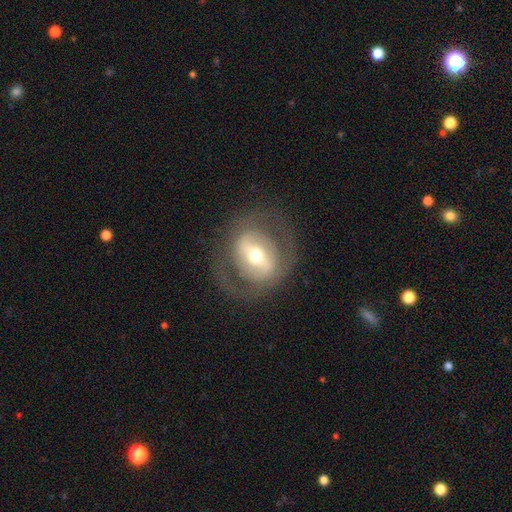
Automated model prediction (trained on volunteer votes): Smooth or featured? featured or disk (68%)
Edge-on disk? no (92%)
Bar? strong (48%)
Spiral arms? no (63%)
Bulge size? moderate (61%)
Merging? none (75%)